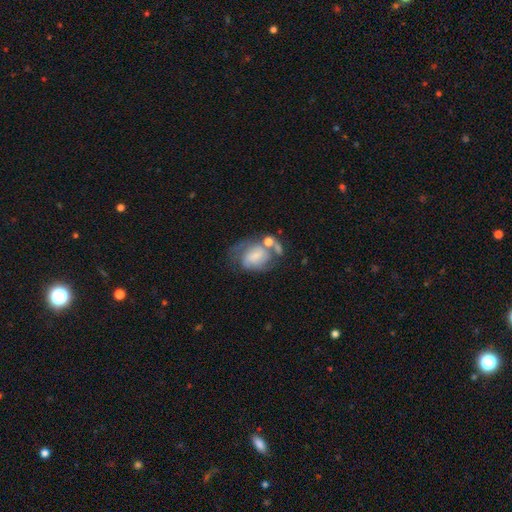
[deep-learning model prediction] Smooth or featured? Predicted: featured or disk (p=0.65). Edge-on disk? Predicted: no (p=0.97). Bar? Predicted: no (p=0.45). Spiral arms? Predicted: yes (p=0.84). Spiral winding? Predicted: medium (p=0.45). Spiral arm count? Predicted: 2 (p=0.63). Bulge size? Predicted: small (p=0.42). Merging? Predicted: none (p=0.36).